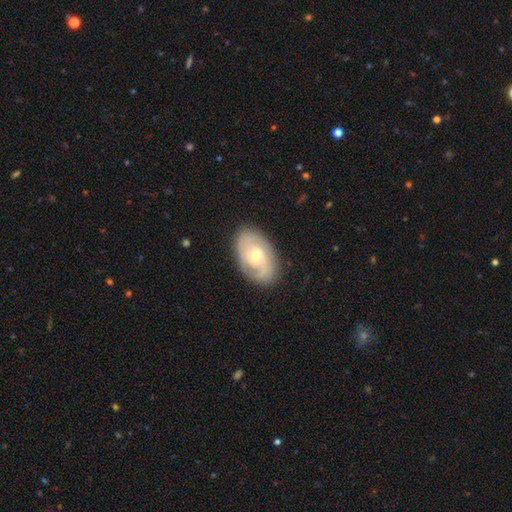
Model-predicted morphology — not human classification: smooth_or_featured: featured or disk (p=0.77) [alt: smooth p=0.18]
disk_edge_on: no (p=0.95) [alt: yes p=0.05]
bar: weak (p=0.49) [alt: no p=0.41]
has_spiral_arms: yes (p=0.90) [alt: no p=0.10]
spiral_winding: tight (p=0.52) [alt: medium p=0.37]
spiral_arm_count: 2 (p=0.58) [alt: can't tell p=0.21]
bulge_size: moderate (p=0.54) [alt: small p=0.42]
merging: none (p=0.82) [alt: minor disturbance p=0.13]